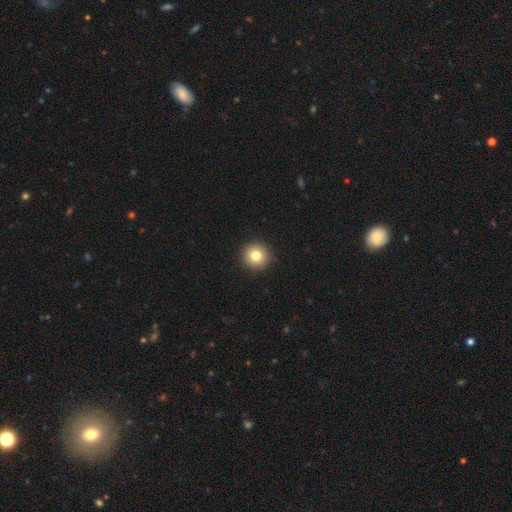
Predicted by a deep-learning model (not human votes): A smooth galaxy with no disk features (81%) that is round (95%).

Vote fractions:
- Smooth or featured? smooth: 81% / star or artifact: 11% / featured or disk: 8%
- How rounded? round: 95% / in between: 4% / cigar-shaped: 1%
- Merging? none: 93% / minor disturbance: 5% / major disturbance: 2% / merger: 1%